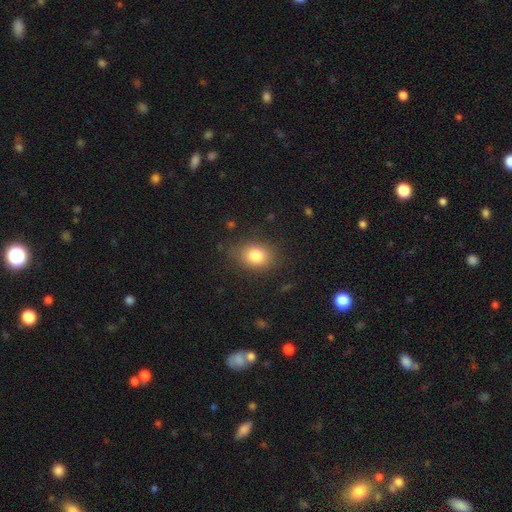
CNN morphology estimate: This is clearly a smooth galaxy (82%). How rounded: likely in between (61%). Merging: likely none (76%).